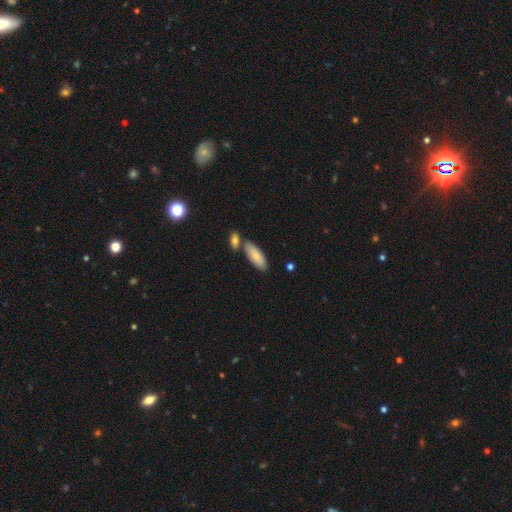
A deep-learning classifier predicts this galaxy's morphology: Smooth or featured? smooth (82%)
How rounded? in between (74%)
Merging? none (63%)